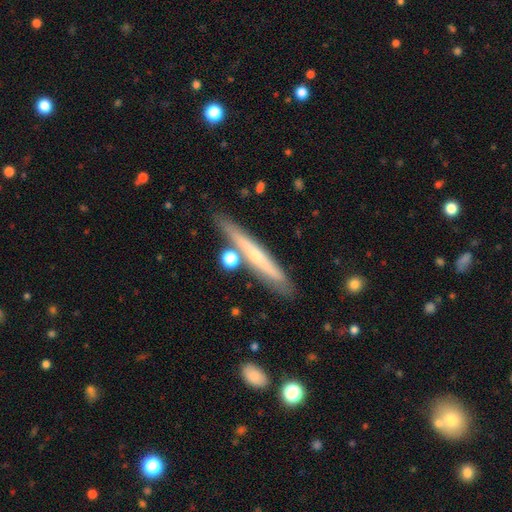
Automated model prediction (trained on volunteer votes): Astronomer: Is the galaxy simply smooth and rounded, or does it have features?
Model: featured or disk — 55% (runner-up: smooth, 38%).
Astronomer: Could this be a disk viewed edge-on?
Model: yes — 92%.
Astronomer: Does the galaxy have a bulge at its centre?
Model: rounded — 51% (runner-up: none, 44%).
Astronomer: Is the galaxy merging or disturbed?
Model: none — 78%.